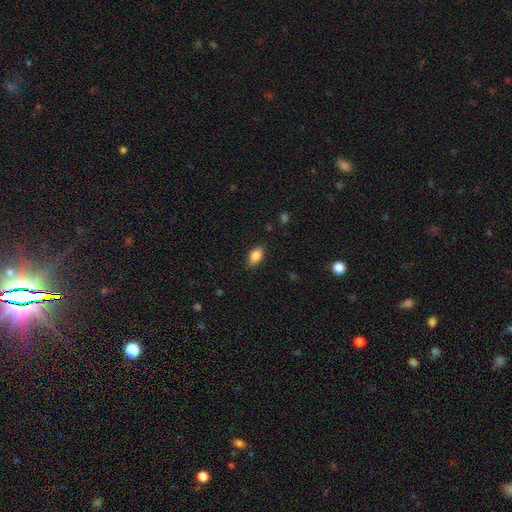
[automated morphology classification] The model was most divided on "merging": none: 85%, minor disturbance: 11%, major disturbance: 3%, merger: 1%. More confident: how rounded — in between (90%); smooth or featured — smooth (87%).